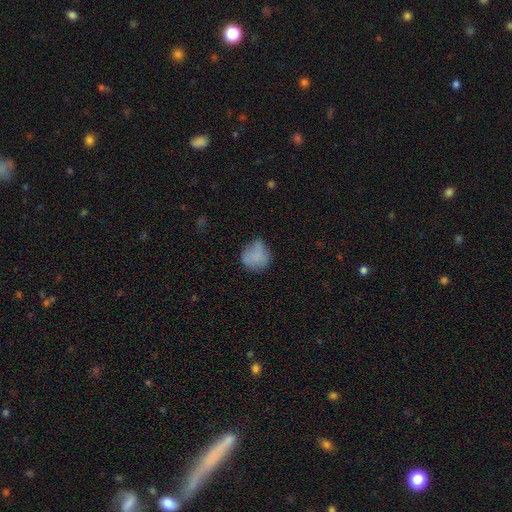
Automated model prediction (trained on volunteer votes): Q: Smooth or featured?
A: smooth (76%); runner-up: featured or disk (14%)
Q: How rounded?
A: round (80%); runner-up: in between (19%)
Q: Merging?
A: none (49%); runner-up: minor disturbance (33%)